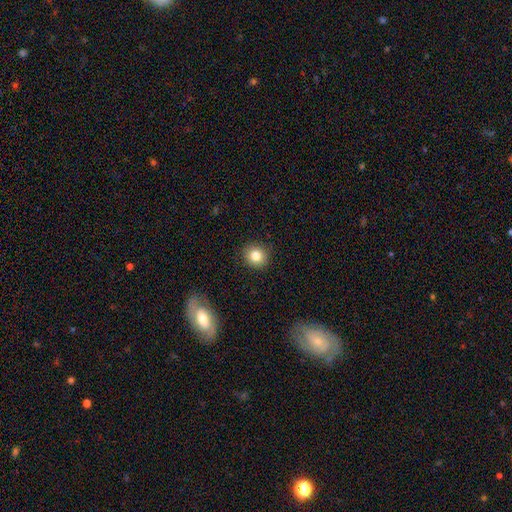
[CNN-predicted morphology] A smooth galaxy with no disk features (82%) that is round (87%). Merging: none (90%).